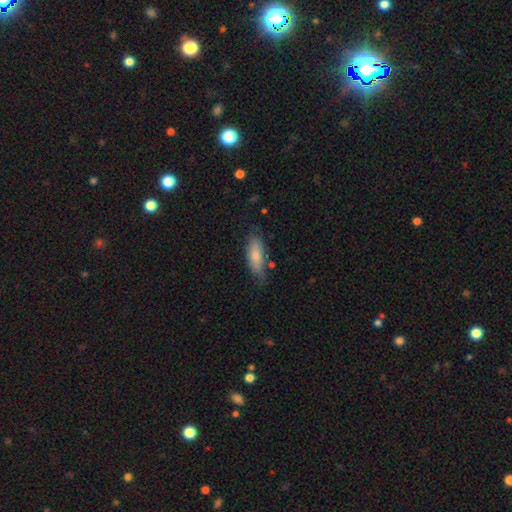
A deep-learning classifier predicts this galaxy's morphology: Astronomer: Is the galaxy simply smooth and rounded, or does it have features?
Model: smooth — 78%.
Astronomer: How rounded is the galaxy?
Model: in between — 66%.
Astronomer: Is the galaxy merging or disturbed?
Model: none — 70%.